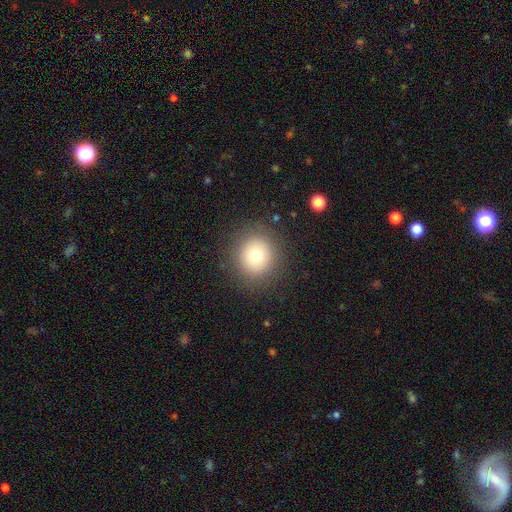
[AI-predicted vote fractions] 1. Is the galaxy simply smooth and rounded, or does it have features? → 75% smooth, 13% star or artifact, 12% featured or disk.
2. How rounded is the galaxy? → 92% round, 7% in between, 1% cigar-shaped.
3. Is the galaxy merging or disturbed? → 88% none, 7% minor disturbance, 3% major disturbance, 1% merger.